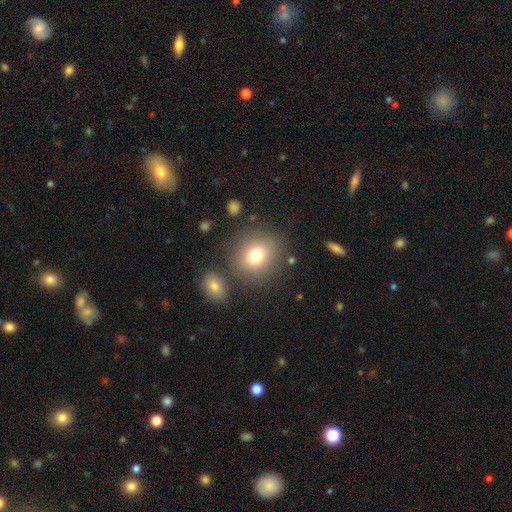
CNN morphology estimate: smooth_or_featured: smooth (p=0.77) [alt: star or artifact p=0.12]
how_rounded: round (p=0.79) [alt: in between p=0.20]
merging: none (p=0.79) [alt: minor disturbance p=0.10]